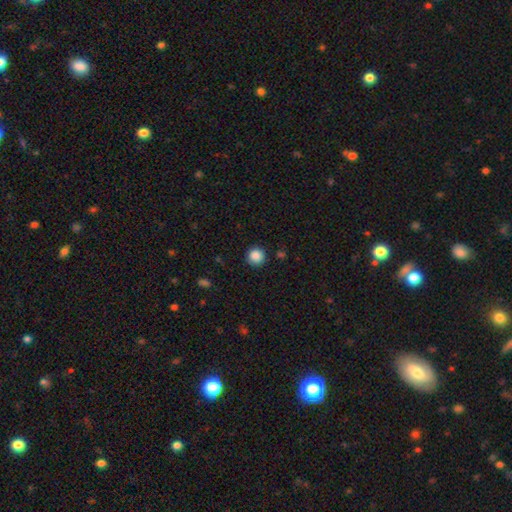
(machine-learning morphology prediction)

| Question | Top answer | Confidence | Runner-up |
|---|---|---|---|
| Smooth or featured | smooth | 87% | star or artifact (10%) |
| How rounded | round | 94% | in between (5%) |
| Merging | none | 89% | minor disturbance (7%) |